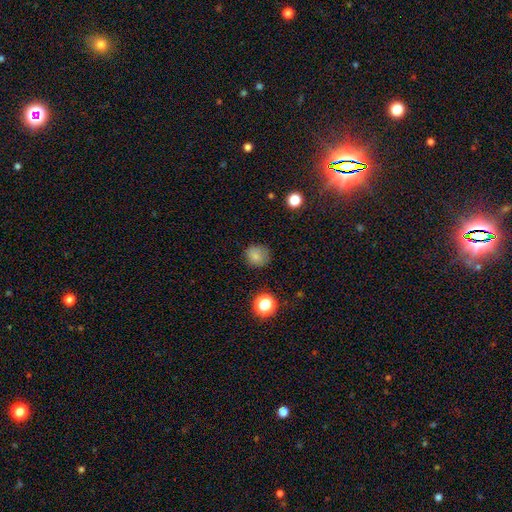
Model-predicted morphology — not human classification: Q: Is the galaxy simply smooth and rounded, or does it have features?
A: smooth — 79%.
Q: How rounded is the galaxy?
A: round — 78%.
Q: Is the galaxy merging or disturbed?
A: none — 77%.